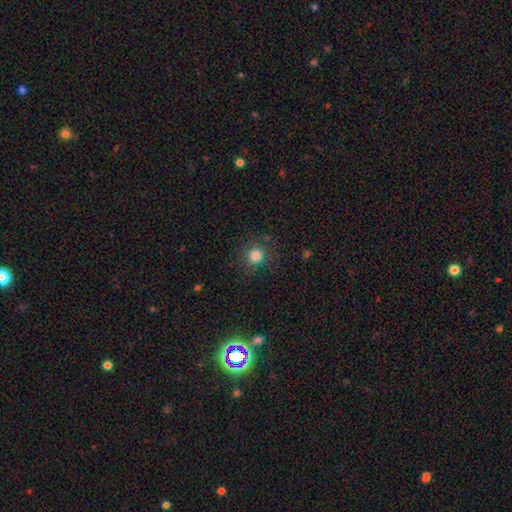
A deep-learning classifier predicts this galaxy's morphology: smooth 82%, star or artifact 13%, featured or disk 5%. Down the decision tree: how rounded — round (91%); merging — none (86%).